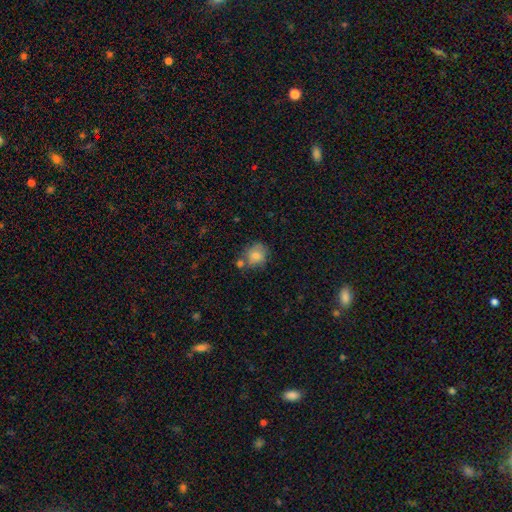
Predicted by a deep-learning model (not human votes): smooth 81%, featured or disk 11%, star or artifact 9%. Down the decision tree: how rounded — round (69%); merging — none (57%).